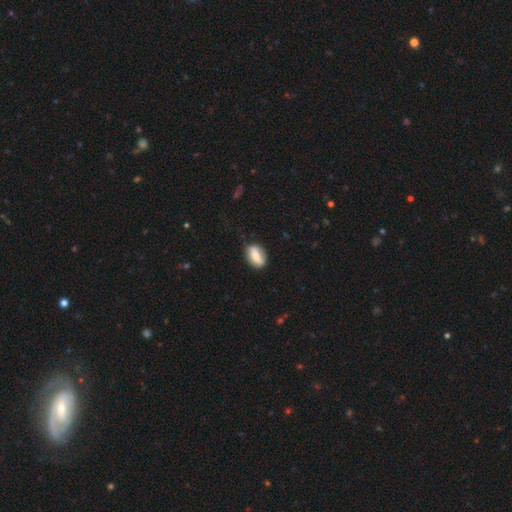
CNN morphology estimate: Smooth or featured: smooth — 58% (featured or disk — 36%)
How rounded: in between — 83% (round — 11%)
Merging: none — 77% (minor disturbance — 17%)